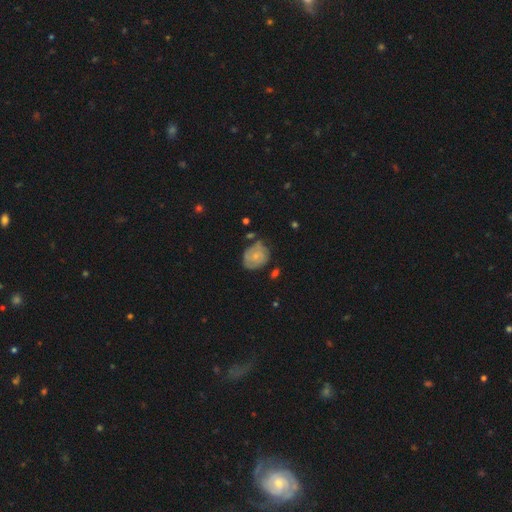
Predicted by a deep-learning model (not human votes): Smooth or featured?
  - smooth: 53% *
  - featured or disk: 39%
  - star or artifact: 8%
How rounded?
  - round: 57% *
  - in between: 42%
  - cigar-shaped: 1%
Merging?
  - none: 54% *
  - minor disturbance: 31%
  - major disturbance: 9%
  - merger: 5%